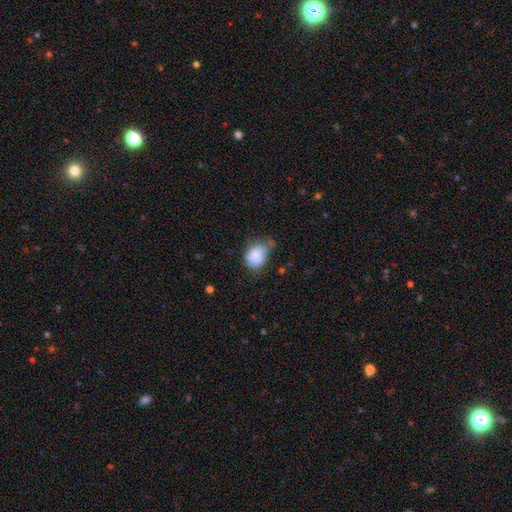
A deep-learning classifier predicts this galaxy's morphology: This is likely a smooth galaxy (80%). How rounded: likely in between (63%). Merging: marginally minor disturbance (43%).